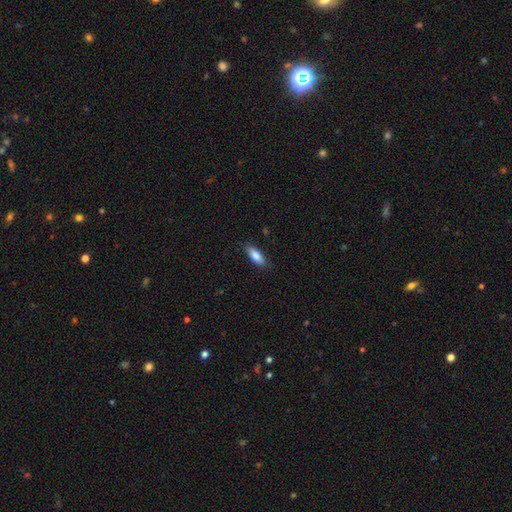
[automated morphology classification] Smooth or featured?
  - smooth: 84% *
  - featured or disk: 10%
  - star or artifact: 6%
How rounded?
  - in between: 68% *
  - cigar-shaped: 31%
  - round: 2%
Merging?
  - none: 84% *
  - minor disturbance: 12%
  - major disturbance: 2%
  - merger: 1%